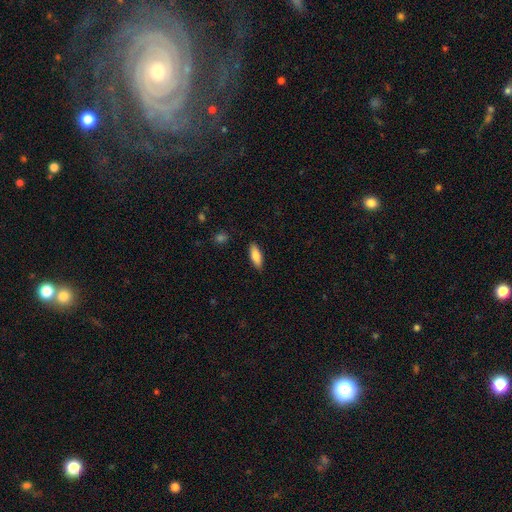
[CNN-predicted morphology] Smooth or featured: smooth — 82% (featured or disk — 12%)
How rounded: in between — 64% (cigar-shaped — 34%)
Merging: none — 87% (minor disturbance — 10%)